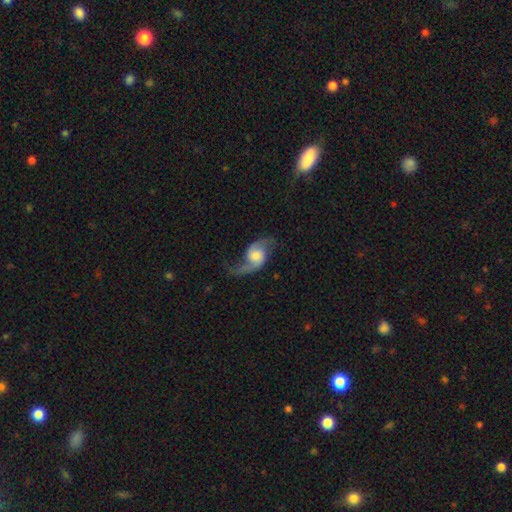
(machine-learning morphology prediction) Smooth or featured: featured or disk — 84% (smooth — 11%)
Edge-on disk: no — 97% (yes — 3%)
Bar: no — 62% (weak — 32%)
Spiral arms: yes — 96% (no — 4%)
Spiral winding: loose — 72% (medium — 23%)
Spiral arm count: 2 — 89% (1 — 6%)
Bulge size: moderate — 47% (small — 26%)
Merging: none — 64% (minor disturbance — 19%)